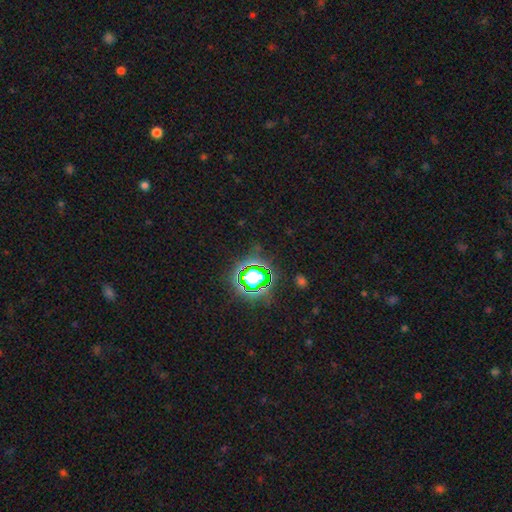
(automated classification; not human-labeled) Q: Smooth or featured?
A: star or artifact (78%); runner-up: smooth (14%)